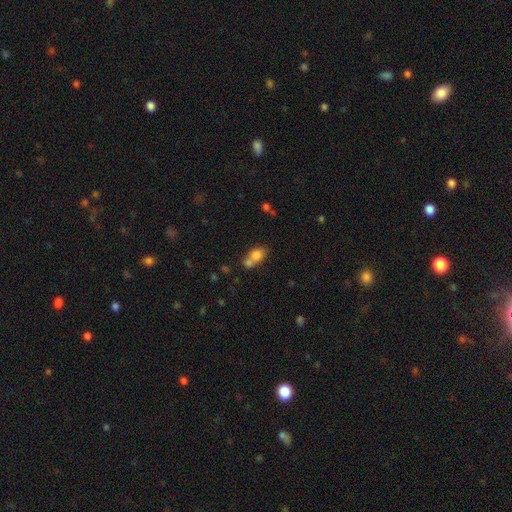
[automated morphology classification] smooth_or_featured: smooth (p=0.78) [alt: featured or disk p=0.11]
how_rounded: in between (p=0.66) [alt: round p=0.32]
merging: merger (p=0.53) [alt: none p=0.33]